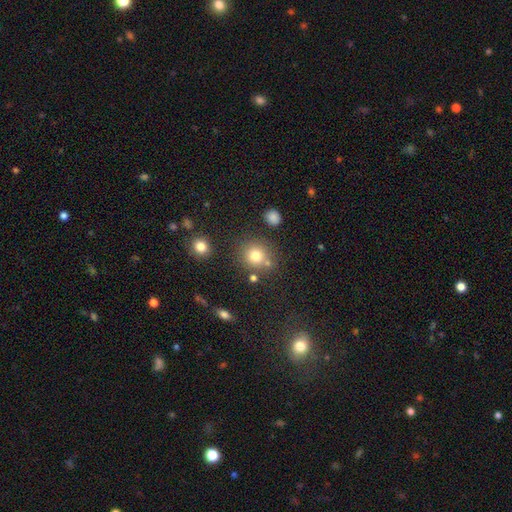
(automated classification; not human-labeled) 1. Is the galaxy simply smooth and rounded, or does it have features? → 77% smooth, 14% star or artifact, 8% featured or disk.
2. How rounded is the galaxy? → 89% round, 10% in between, 1% cigar-shaped.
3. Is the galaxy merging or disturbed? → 76% none, 11% merger, 9% minor disturbance, 4% major disturbance.